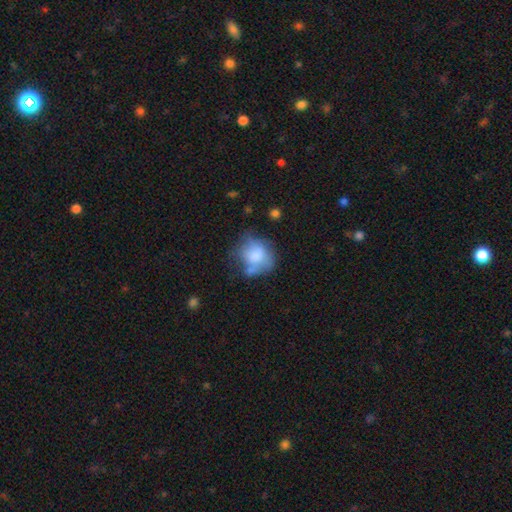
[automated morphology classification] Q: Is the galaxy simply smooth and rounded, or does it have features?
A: smooth — 70%.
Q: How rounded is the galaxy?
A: round — 70%.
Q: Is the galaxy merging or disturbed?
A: none — 38%.